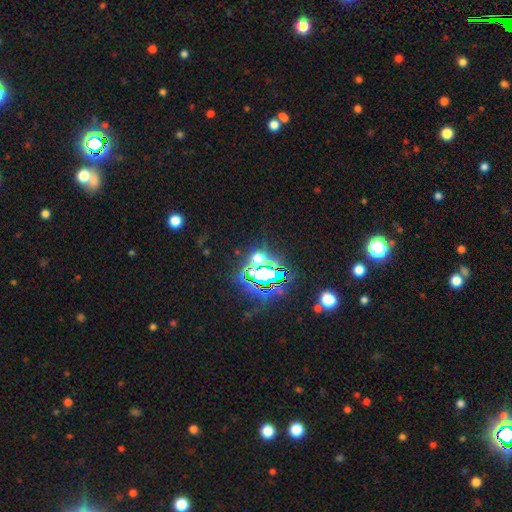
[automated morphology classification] This is clearly a star or artifact rather than a galaxy (83%).